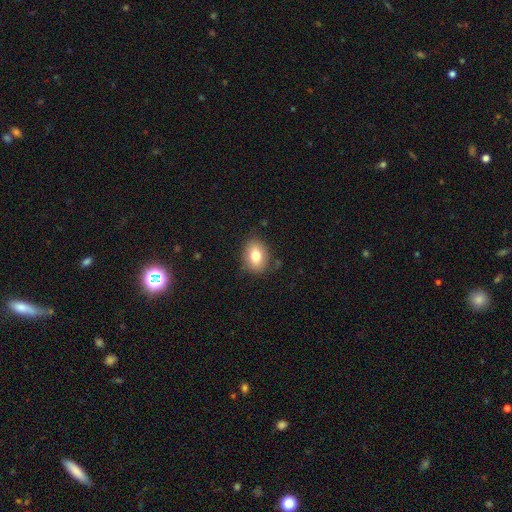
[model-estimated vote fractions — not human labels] This is likely a smooth galaxy (78%). How rounded: likely in between (63%). Merging: clearly none (82%).